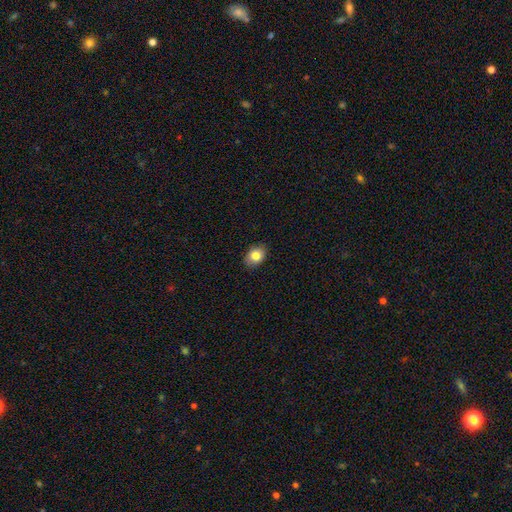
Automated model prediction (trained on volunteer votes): This appears to be a smooth galaxy with no disk features (84%) that is in between round and cigar-shaped (74%). Merging: none (87%).